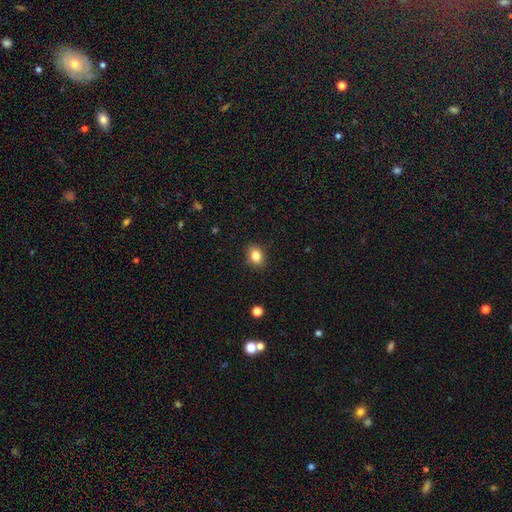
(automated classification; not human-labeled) The model was most divided on "how rounded": in between: 63%, round: 36%, cigar-shaped: 1%. More confident: merging — none (87%); smooth or featured — smooth (84%).